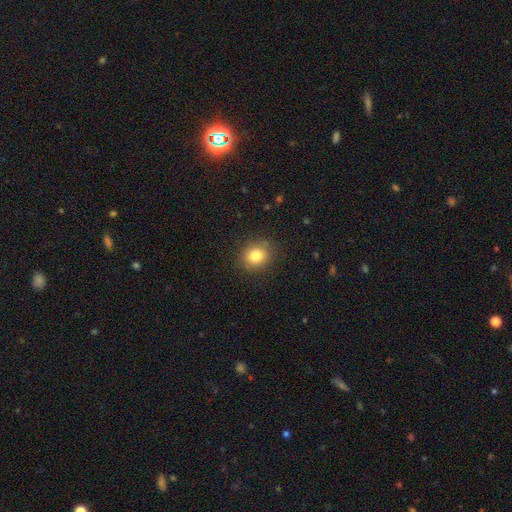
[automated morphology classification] A smooth galaxy with no disk features (82%) that is round (74%).

Vote fractions:
- Smooth or featured? smooth: 82% / star or artifact: 11% / featured or disk: 7%
- How rounded? round: 74% / in between: 25% / cigar-shaped: 1%
- Merging? none: 86% / minor disturbance: 10% / major disturbance: 3% / merger: 1%